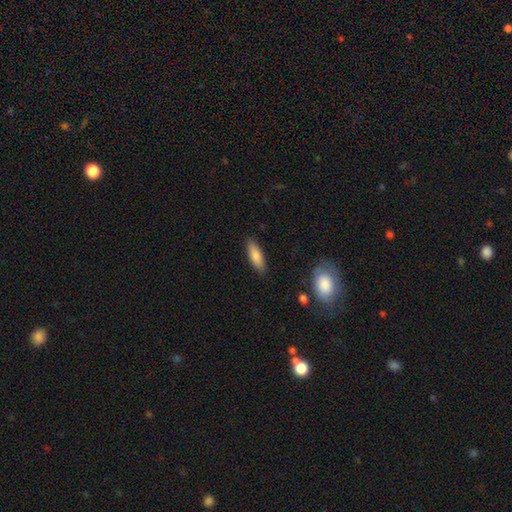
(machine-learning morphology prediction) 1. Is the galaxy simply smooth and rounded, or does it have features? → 82% smooth, 12% featured or disk, 6% star or artifact.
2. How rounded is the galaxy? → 56% in between, 42% cigar-shaped, 2% round.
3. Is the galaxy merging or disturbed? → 86% none, 10% minor disturbance, 2% major disturbance, 1% merger.